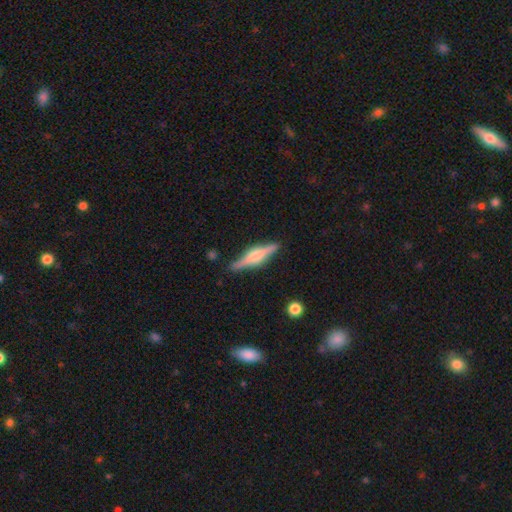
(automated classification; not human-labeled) Q: Smooth or featured?
A: featured or disk (66%); runner-up: smooth (28%)
Q: Edge-on disk?
A: yes (97%); runner-up: no (3%)
Q: Edge-on bulge?
A: rounded (72%); runner-up: boxy (21%)
Q: Merging?
A: none (87%); runner-up: minor disturbance (10%)